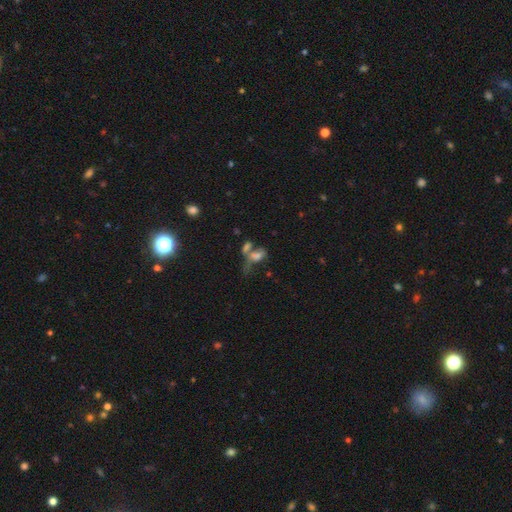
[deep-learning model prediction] This appears to be a smooth galaxy with no disk features (54%) that is in between round and cigar-shaped (79%). Merging: merger (54%).